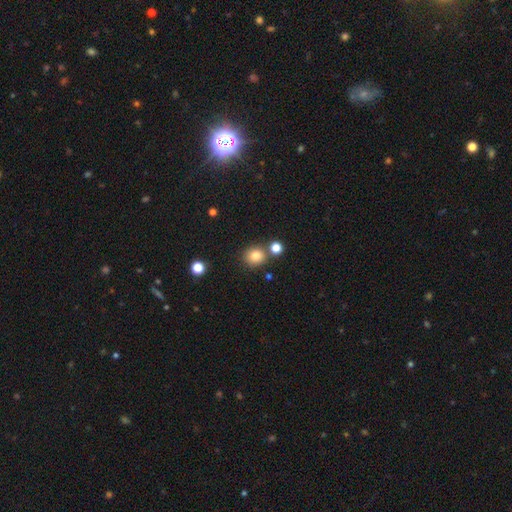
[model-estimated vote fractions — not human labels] This is clearly a smooth galaxy (82%). How rounded: clearly round (82%). Merging: likely none (75%).